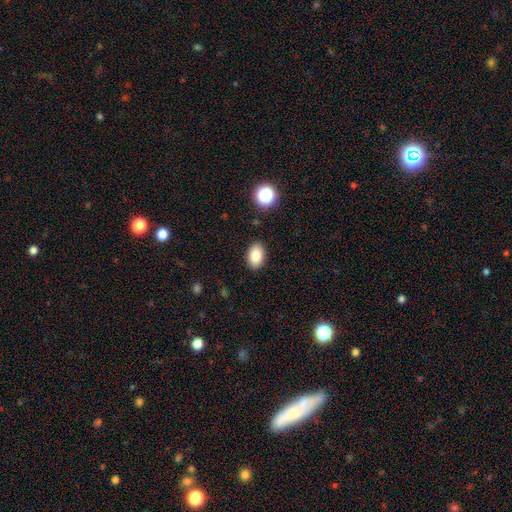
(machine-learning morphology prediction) A smooth galaxy with no disk features (82%) that is in between round and cigar-shaped (87%). Merging: none (88%).